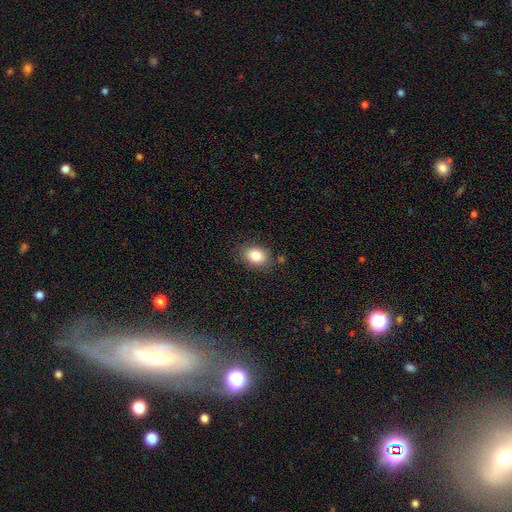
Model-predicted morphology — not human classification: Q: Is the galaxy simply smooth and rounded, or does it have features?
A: smooth — 82%.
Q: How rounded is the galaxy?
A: in between — 68%.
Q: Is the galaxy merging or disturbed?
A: none — 81%.